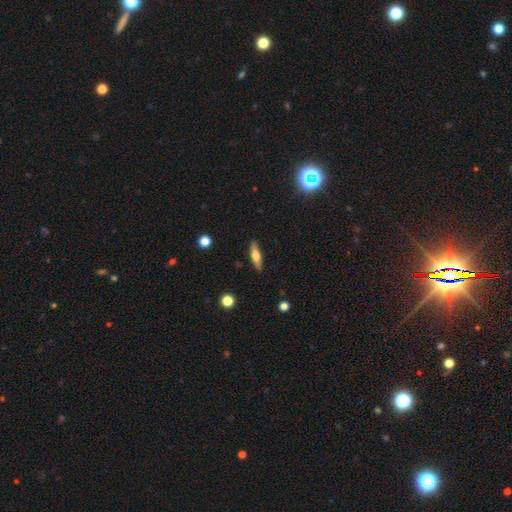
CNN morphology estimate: The model was most divided on "smooth or featured": smooth: 50%, featured or disk: 44%, star or artifact: 7%. More confident: merging — none (88%).